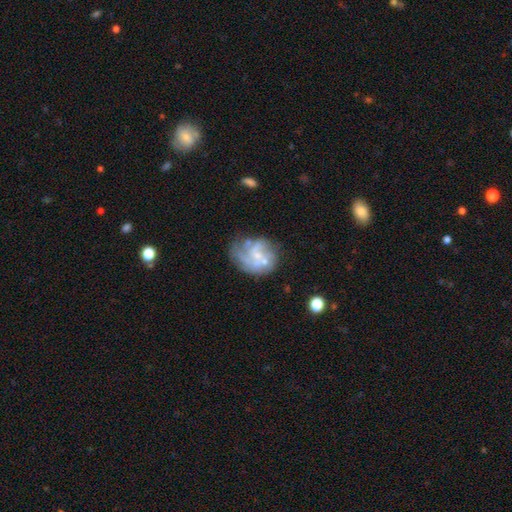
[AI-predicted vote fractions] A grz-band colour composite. It shows a featured or disk galaxy (65%) with no bar (76%), spiral arms (52%) and a small central bulge (45%). Merging: none (44%).